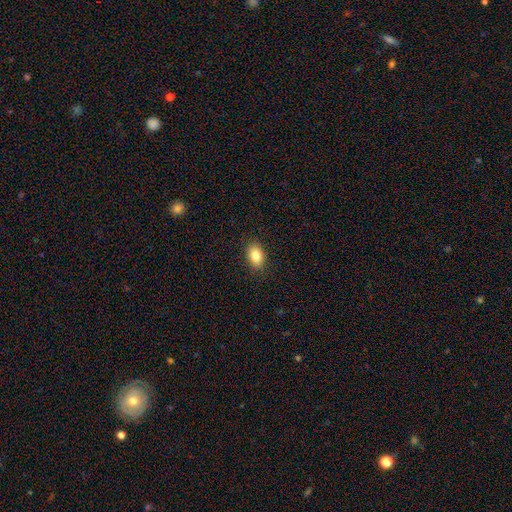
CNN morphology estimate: Smooth or featured? smooth (83%)
How rounded? in between (84%)
Merging? none (88%)